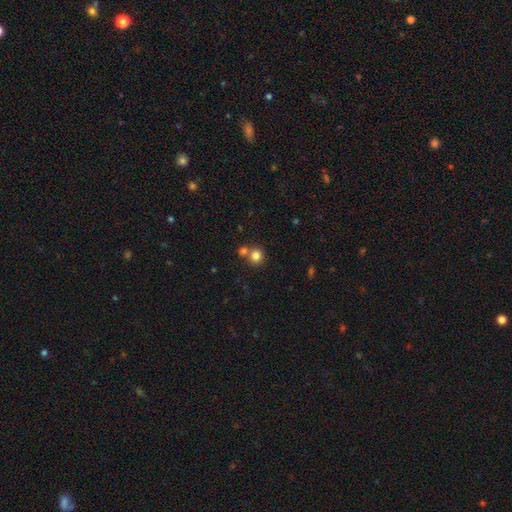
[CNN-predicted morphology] Smooth or featured: smooth — 81% (star or artifact — 12%)
How rounded: round — 88% (in between — 11%)
Merging: none — 59% (merger — 31%)